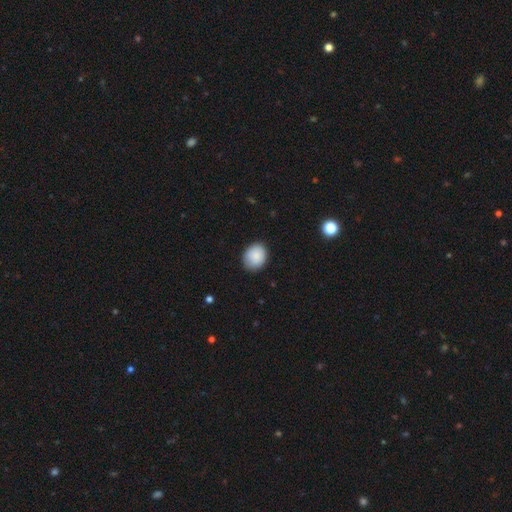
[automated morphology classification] Q: Smooth or featured?
A: smooth (87%); runner-up: star or artifact (7%)
Q: How rounded?
A: round (53%); runner-up: in between (46%)
Q: Merging?
A: none (84%); runner-up: minor disturbance (13%)